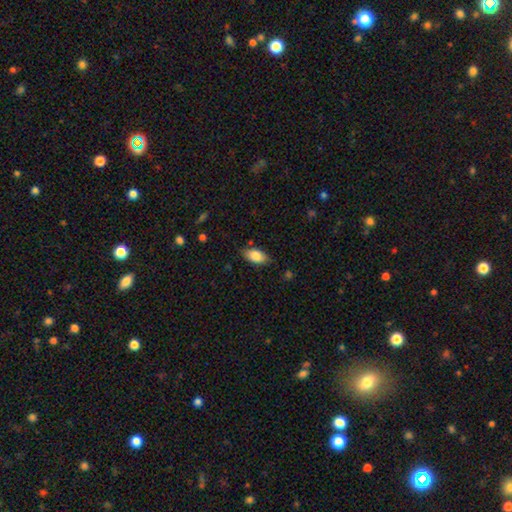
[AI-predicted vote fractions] smooth-or-featured: smooth: 83% | featured or disk: 10% | star or artifact: 7%
  how-rounded: in between: 92% | cigar-shaped: 4% | round: 4%
  merging: none: 80% | minor disturbance: 15% | major disturbance: 3% | merger: 2%